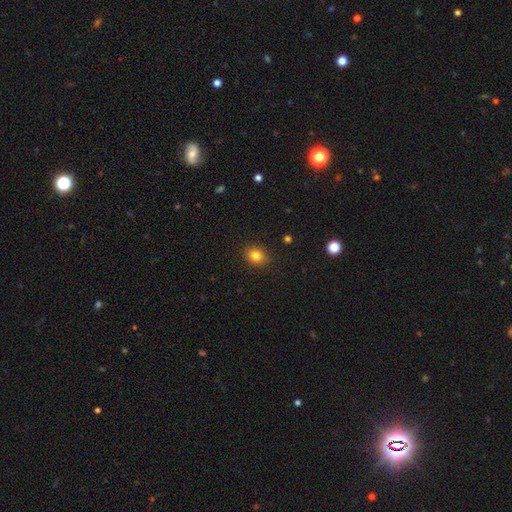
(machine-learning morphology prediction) The model was most divided on "how rounded": round: 66%, in between: 33%, cigar-shaped: 1%. More confident: merging — none (89%); smooth or featured — smooth (83%).